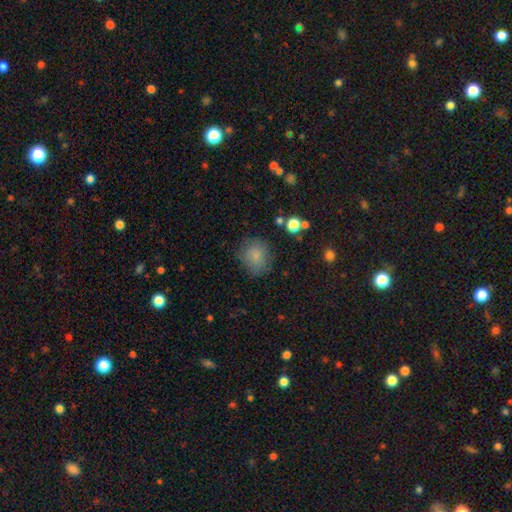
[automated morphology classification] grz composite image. It shows a smooth galaxy with no disk features (82%) that is round (79%). Merging: none (77%).